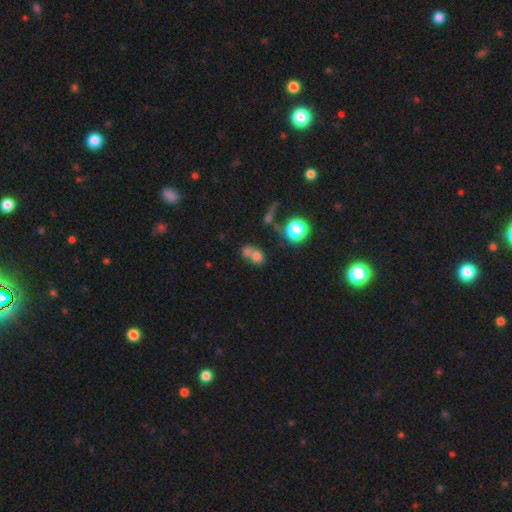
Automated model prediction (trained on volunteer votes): This is likely a smooth galaxy (67%). How rounded: possibly round (53%). Merging: possibly merger (58%).